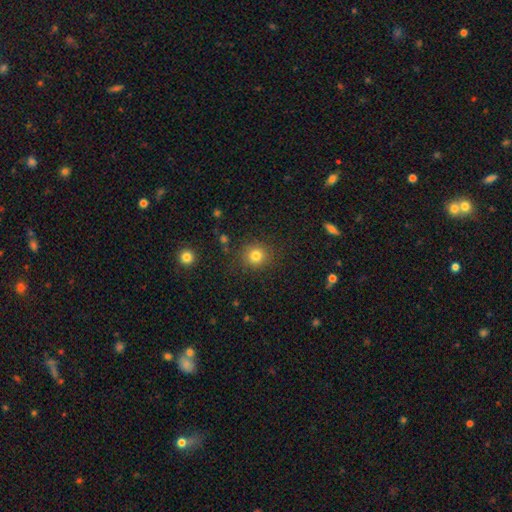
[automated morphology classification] A smooth galaxy with no disk features (80%) that is round (90%). Merging: none (86%).